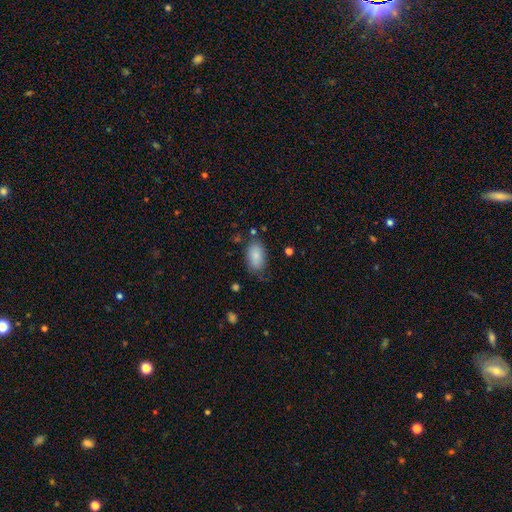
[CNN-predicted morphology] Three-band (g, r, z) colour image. It shows a smooth galaxy with no disk features (86%) that is in between round and cigar-shaped (93%). Merging: none (70%).